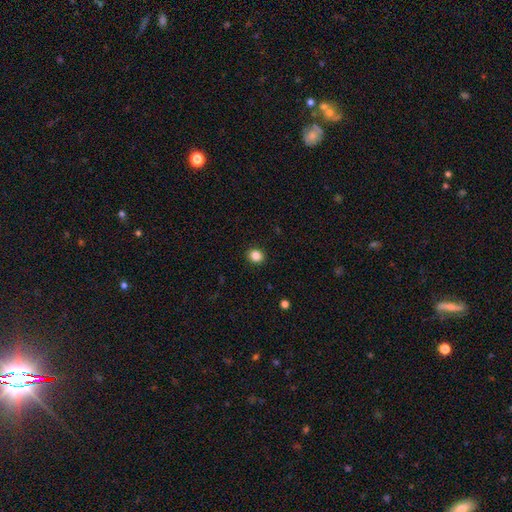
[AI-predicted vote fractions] Overall: smooth (85%). How rounded: round (72%). Merging: none (91%).